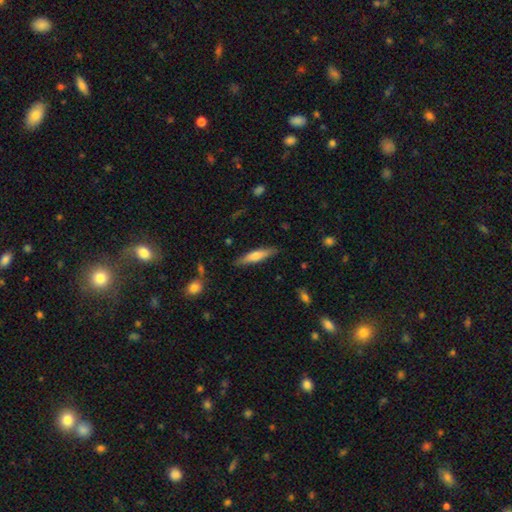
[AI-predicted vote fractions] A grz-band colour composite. It shows a smooth galaxy with no disk features (59%) that is cigar-shaped (81%). Merging: none (86%).